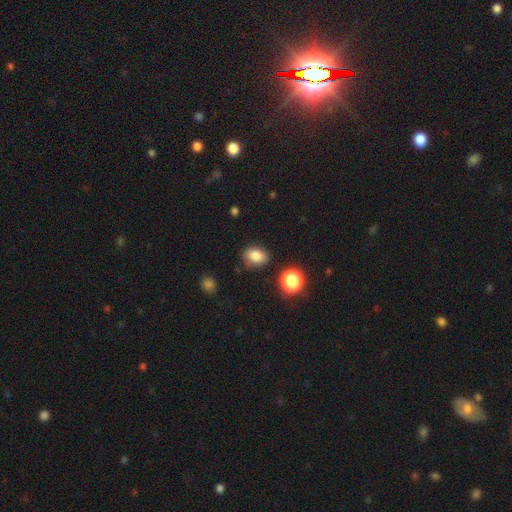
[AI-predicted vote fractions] A smooth galaxy with no disk features (82%) that is in between round and cigar-shaped (70%).

Vote fractions:
- Smooth or featured? smooth: 82% / star or artifact: 11% / featured or disk: 7%
- How rounded? in between: 70% / round: 28% / cigar-shaped: 1%
- Merging? none: 79% / minor disturbance: 15% / major disturbance: 4% / merger: 3%